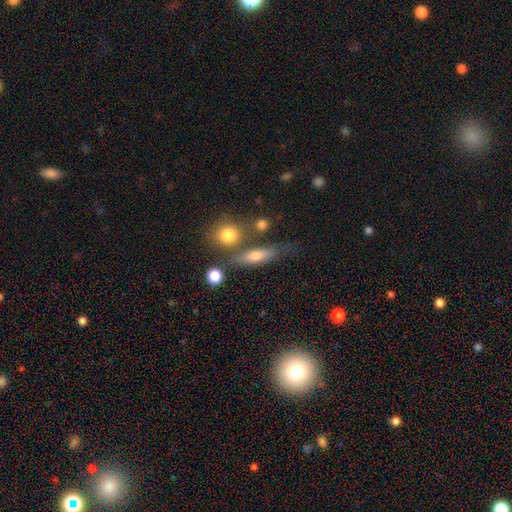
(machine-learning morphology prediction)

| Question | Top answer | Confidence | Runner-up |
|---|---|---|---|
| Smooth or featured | smooth | 60% | featured or disk (28%) |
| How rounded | cigar-shaped | 52% | in between (38%) |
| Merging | none | 61% | minor disturbance (16%) |